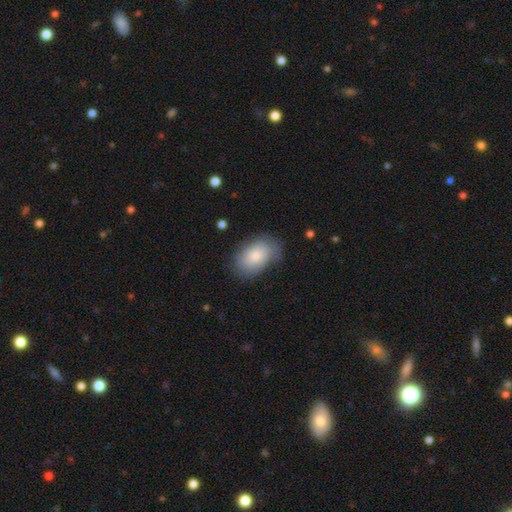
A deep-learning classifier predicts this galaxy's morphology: smooth_or_featured: smooth (p=0.77) [alt: featured or disk p=0.17]
how_rounded: in between (p=0.88) [alt: round p=0.10]
merging: none (p=0.69) [alt: minor disturbance p=0.22]